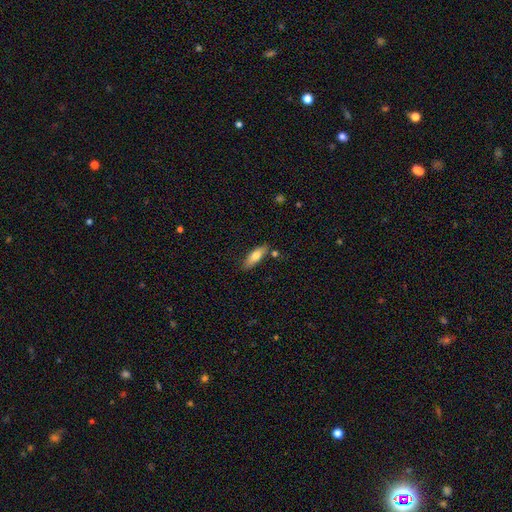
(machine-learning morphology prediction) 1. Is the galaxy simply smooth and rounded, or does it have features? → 72% smooth, 22% featured or disk, 6% star or artifact.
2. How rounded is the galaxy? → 54% in between, 44% cigar-shaped, 2% round.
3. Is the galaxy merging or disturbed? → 77% none, 14% minor disturbance, 6% merger, 3% major disturbance.